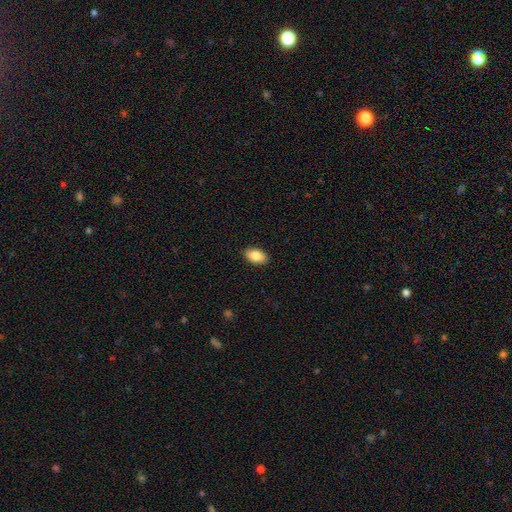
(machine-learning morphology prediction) A smooth galaxy with no disk features (85%) that is in between round and cigar-shaped (93%).

Vote fractions:
- Smooth or featured? smooth: 85% / featured or disk: 8% / star or artifact: 7%
- How rounded? in between: 93% / round: 5% / cigar-shaped: 2%
- Merging? none: 90% / minor disturbance: 7% / major disturbance: 2% / merger: 1%